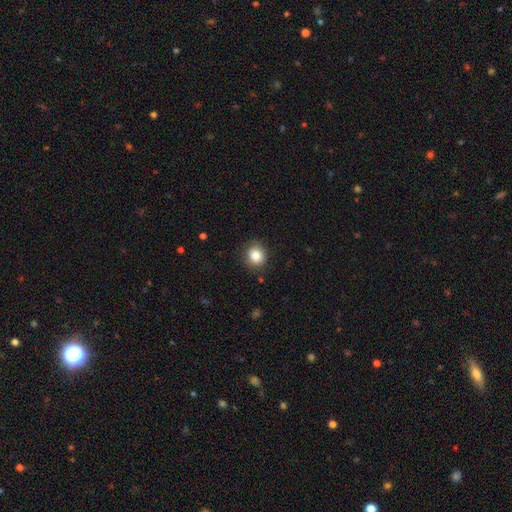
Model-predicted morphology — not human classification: smooth-or-featured: smooth: 85% | star or artifact: 10% | featured or disk: 6%
  how-rounded: round: 80% | in between: 19% | cigar-shaped: 1%
  merging: none: 85% | minor disturbance: 11% | major disturbance: 3% | merger: 1%